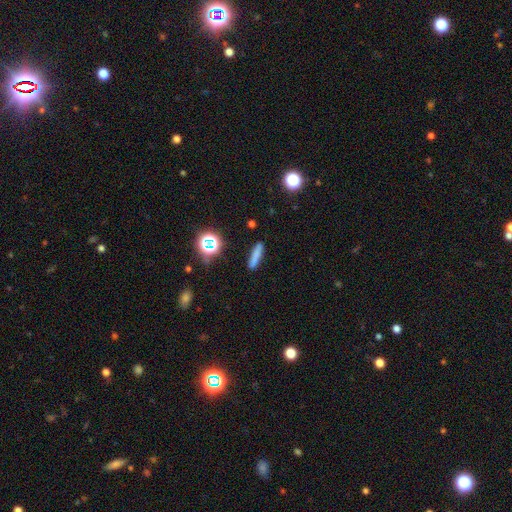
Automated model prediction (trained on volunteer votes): Q: Smooth or featured?
A: smooth (75%); runner-up: star or artifact (13%)
Q: How rounded?
A: cigar-shaped (86%); runner-up: in between (11%)
Q: Merging?
A: none (87%); runner-up: minor disturbance (8%)